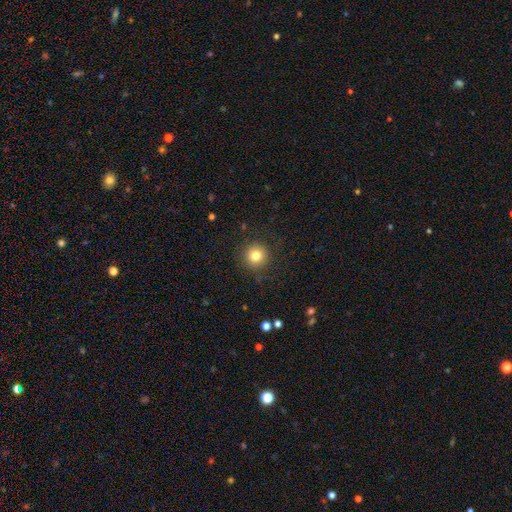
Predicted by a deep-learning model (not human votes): Smooth or featured?
  - smooth: 80% *
  - star or artifact: 12%
  - featured or disk: 8%
How rounded?
  - round: 95% *
  - in between: 4%
  - cigar-shaped: 1%
Merging?
  - none: 89% *
  - minor disturbance: 7%
  - major disturbance: 3%
  - merger: 1%